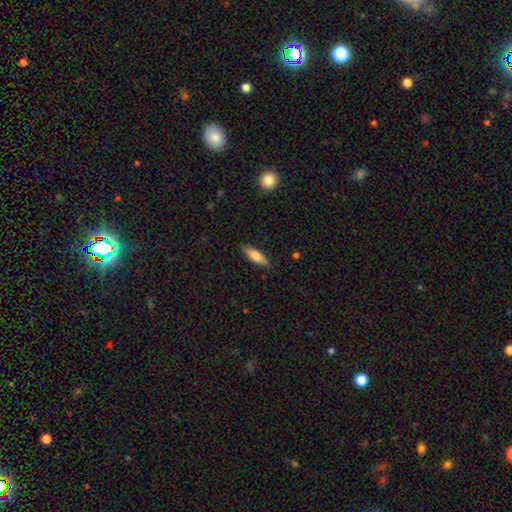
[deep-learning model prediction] smooth 67%, featured or disk 27%, star or artifact 6%. Down the decision tree: how rounded — cigar-shaped (56%); merging — none (86%).